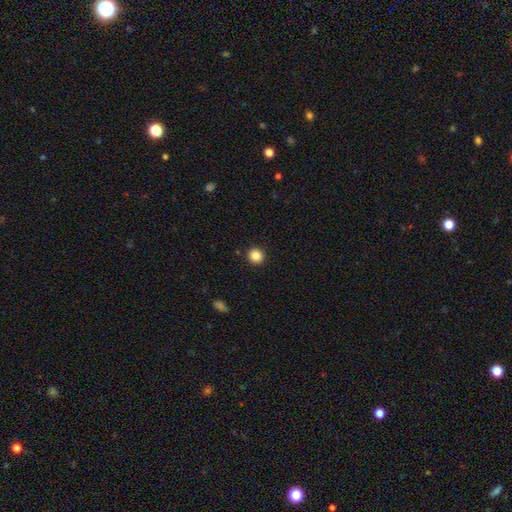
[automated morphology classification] A smooth galaxy with no disk features (86%) that is round (93%). Merging: none (93%).